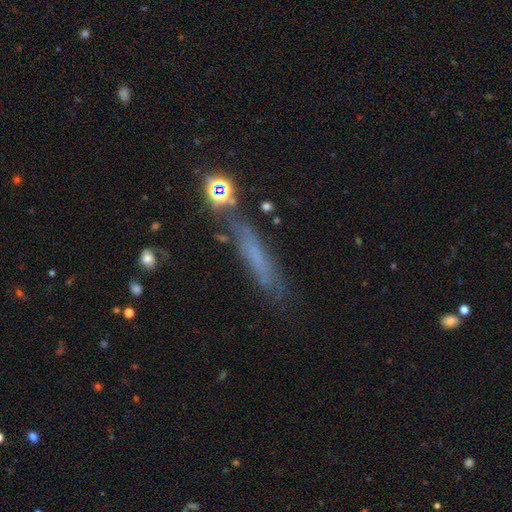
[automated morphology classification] Smooth or featured: smooth — 49% (featured or disk — 34%)
Merging: none — 69% (minor disturbance — 18%)